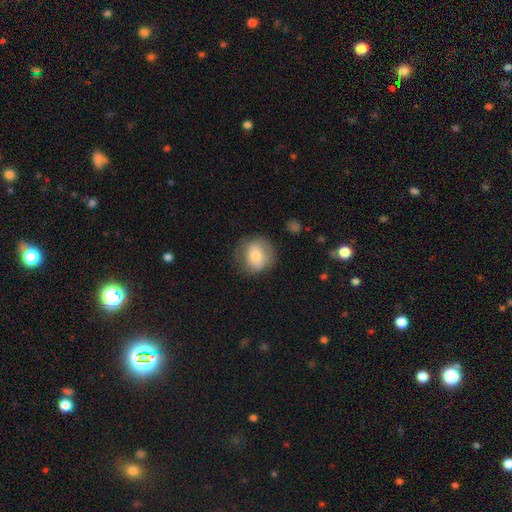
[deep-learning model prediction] Smooth or featured?
  - smooth: 68% *
  - featured or disk: 24%
  - star or artifact: 8%
How rounded?
  - round: 82% *
  - in between: 17%
  - cigar-shaped: 1%
Merging?
  - none: 71% *
  - minor disturbance: 20%
  - major disturbance: 8%
  - merger: 1%